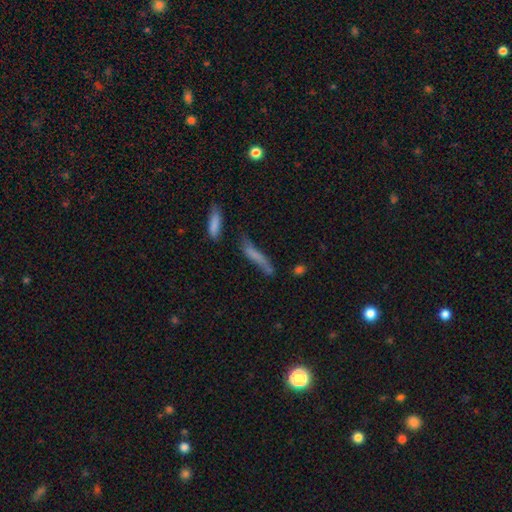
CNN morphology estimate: smooth_or_featured: smooth (p=0.64) [alt: featured or disk p=0.26]
how_rounded: cigar-shaped (p=0.86) [alt: in between p=0.12]
merging: none (p=0.51) [alt: minor disturbance p=0.23]